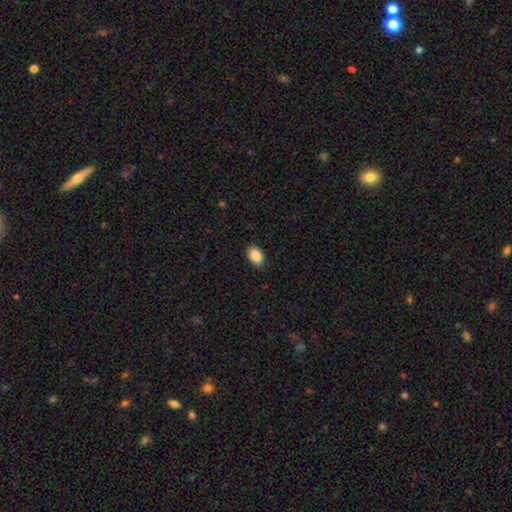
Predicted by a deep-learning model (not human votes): The model was most divided on "how rounded": in between: 87%, round: 12%, cigar-shaped: 1%. More confident: smooth or featured — smooth (89%); merging — none (88%).